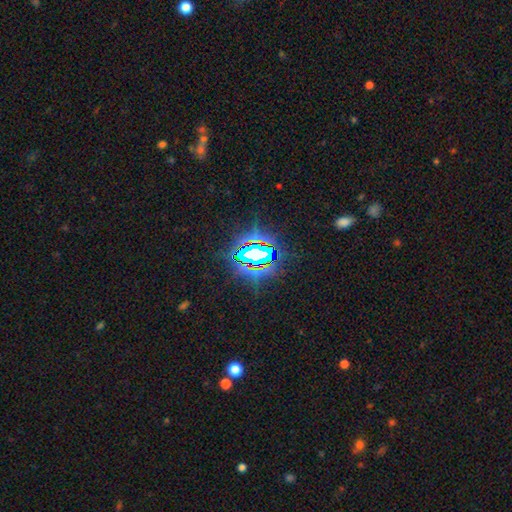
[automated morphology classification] This appears to be a star or artifact, not a galaxy (76%).